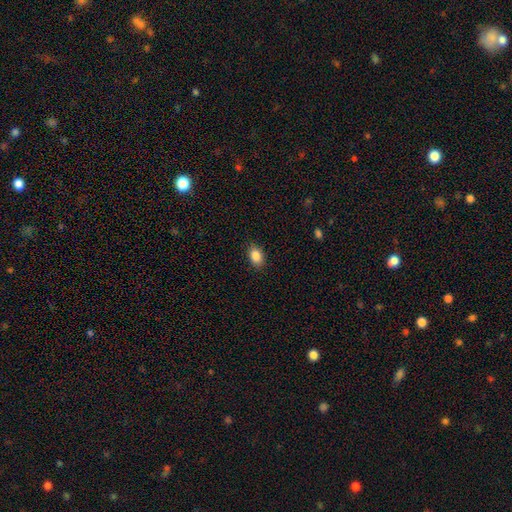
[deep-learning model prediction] A smooth galaxy with no disk features (87%) that is in between round and cigar-shaped (84%).

Vote fractions:
- Smooth or featured? smooth: 87% / star or artifact: 8% / featured or disk: 5%
- How rounded? in between: 84% / round: 14% / cigar-shaped: 2%
- Merging? none: 87% / minor disturbance: 10% / major disturbance: 2% / merger: 1%